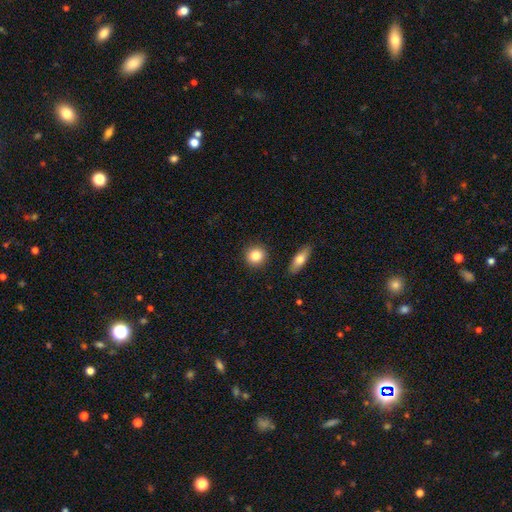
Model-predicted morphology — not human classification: The model was most divided on "smooth or featured": smooth: 84%, featured or disk: 8%, star or artifact: 8%. More confident: merging — none (89%); how rounded — round (88%).